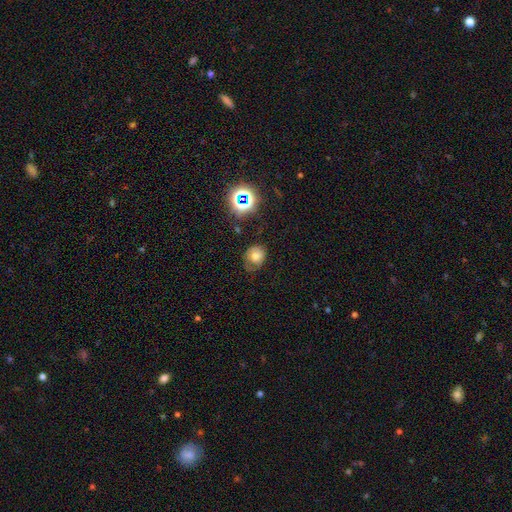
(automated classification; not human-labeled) A smooth galaxy with no disk features (60%) that is round (57%). Merging: none (52%).